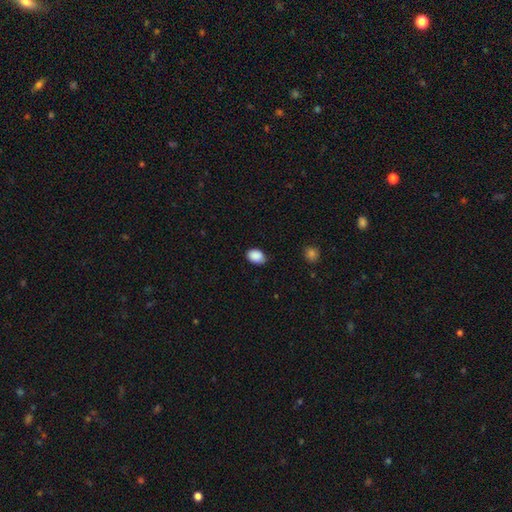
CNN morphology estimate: Smooth or featured: smooth — 90% (star or artifact — 7%)
How rounded: in between — 78% (round — 21%)
Merging: none — 82% (minor disturbance — 15%)